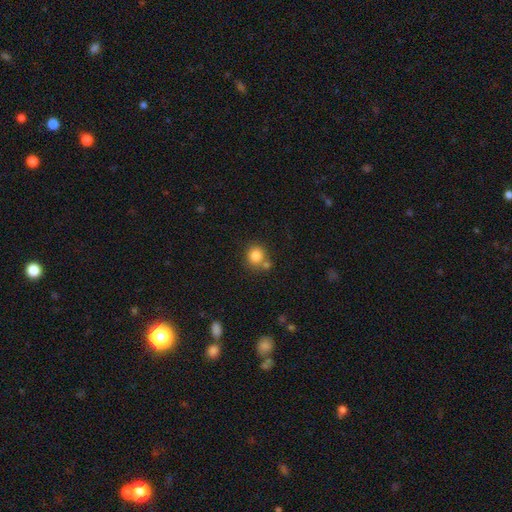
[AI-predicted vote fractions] Smooth or featured?
  - smooth: 83% *
  - star or artifact: 11%
  - featured or disk: 6%
How rounded?
  - round: 87% *
  - in between: 12%
  - cigar-shaped: 1%
Merging?
  - none: 67% *
  - merger: 20%
  - minor disturbance: 10%
  - major disturbance: 3%